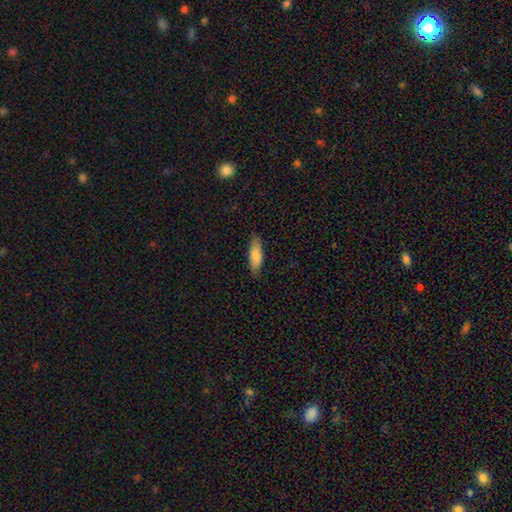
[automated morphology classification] Smooth or featured?
  - smooth: 82% *
  - featured or disk: 12%
  - star or artifact: 6%
How rounded?
  - in between: 60% *
  - cigar-shaped: 38%
  - round: 2%
Merging?
  - none: 84% *
  - minor disturbance: 13%
  - major disturbance: 2%
  - merger: 1%